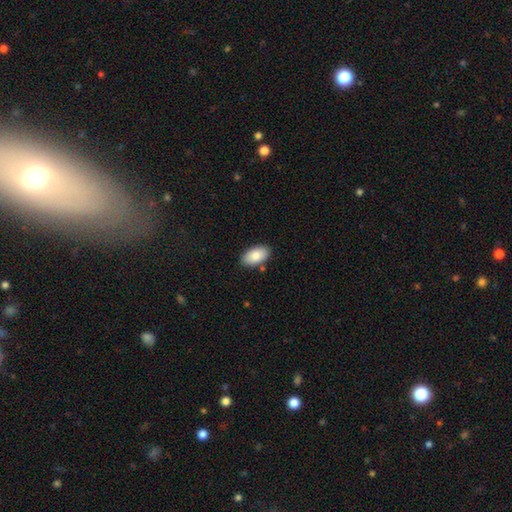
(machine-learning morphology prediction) smooth 83%, featured or disk 10%, star or artifact 6%. Down the decision tree: how rounded — in between (95%); merging — none (85%).